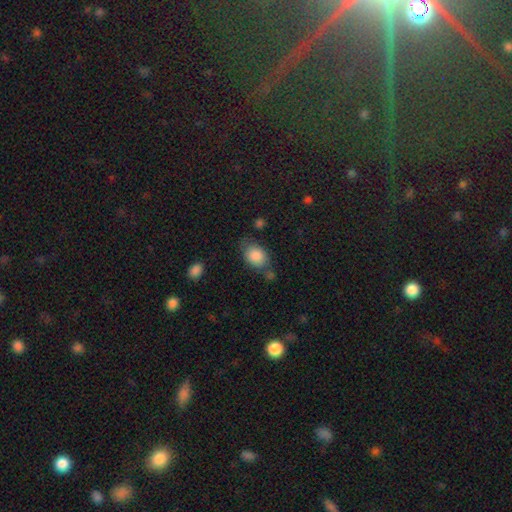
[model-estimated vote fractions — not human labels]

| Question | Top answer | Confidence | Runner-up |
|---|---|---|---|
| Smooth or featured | smooth | 85% | featured or disk (8%) |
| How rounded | in between | 73% | round (26%) |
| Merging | none | 58% | minor disturbance (24%) |